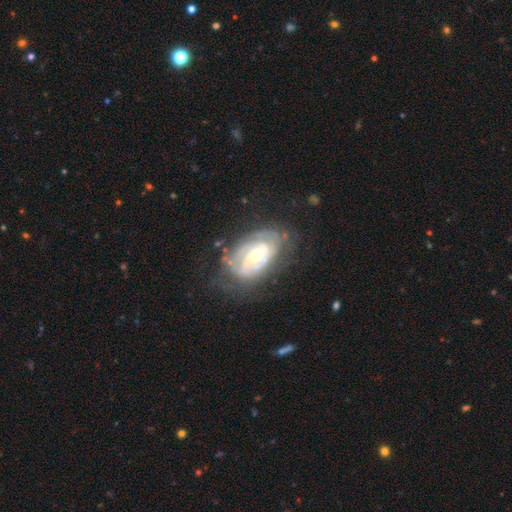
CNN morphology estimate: smooth_or_featured: featured or disk (p=0.73) [alt: smooth p=0.17]
disk_edge_on: no (p=0.94) [alt: yes p=0.06]
bar: no (p=0.53) [alt: weak p=0.34]
has_spiral_arms: yes (p=0.83) [alt: no p=0.17]
spiral_winding: tight (p=0.63) [alt: medium p=0.27]
spiral_arm_count: can't tell (p=0.49) [alt: 2 p=0.26]
bulge_size: moderate (p=0.46) [alt: small p=0.45]
merging: none (p=0.68) [alt: minor disturbance p=0.20]